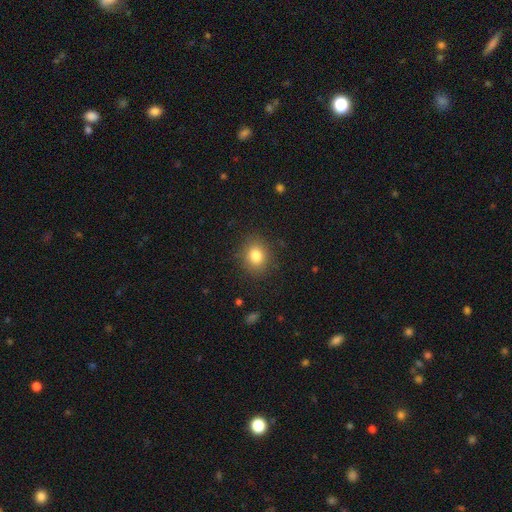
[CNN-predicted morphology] The model was most divided on "how rounded": round: 66%, in between: 34%, cigar-shaped: 1%. More confident: merging — none (86%); smooth or featured — smooth (83%).